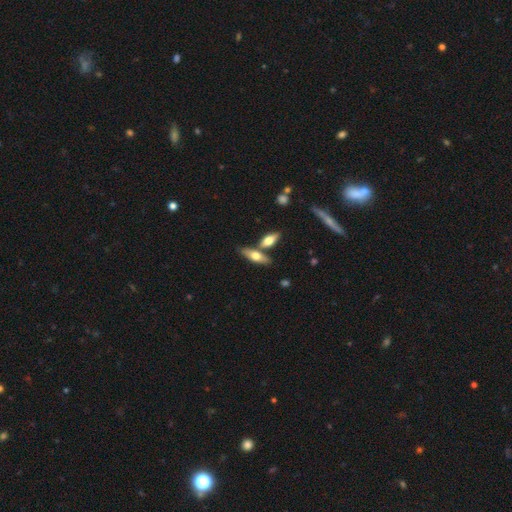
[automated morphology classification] A smooth galaxy with no disk features (57%) that is in between round and cigar-shaped (58%). Merging: none (60%).